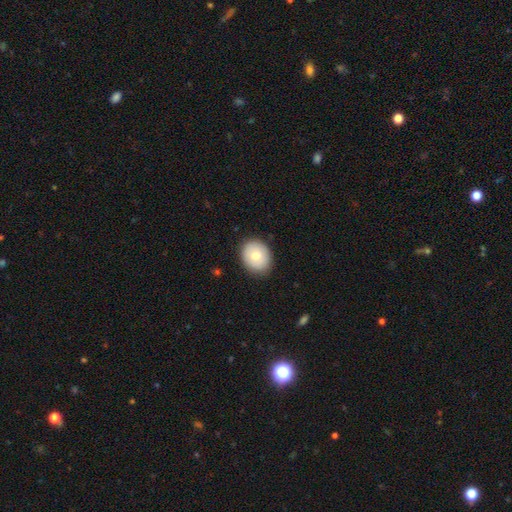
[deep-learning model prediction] A smooth galaxy with no disk features (73%) that is round (54%).

Vote fractions:
- Smooth or featured? smooth: 73% / featured or disk: 19% / star or artifact: 8%
- How rounded? round: 54% / in between: 45% / cigar-shaped: 1%
- Merging? none: 86% / minor disturbance: 11% / major disturbance: 2% / merger: 1%